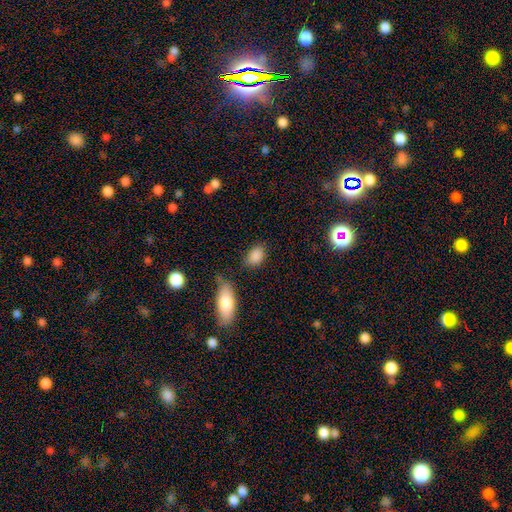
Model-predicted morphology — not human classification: Smooth or featured? smooth (87%)
How rounded? in between (82%)
Merging? none (75%)